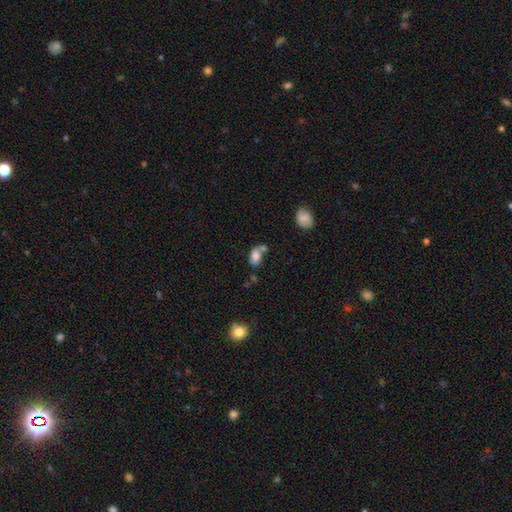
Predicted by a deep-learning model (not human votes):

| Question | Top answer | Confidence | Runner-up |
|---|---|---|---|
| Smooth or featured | smooth | 78% | featured or disk (12%) |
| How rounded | in between | 86% | round (12%) |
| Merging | merger | 41% | none (37%) |